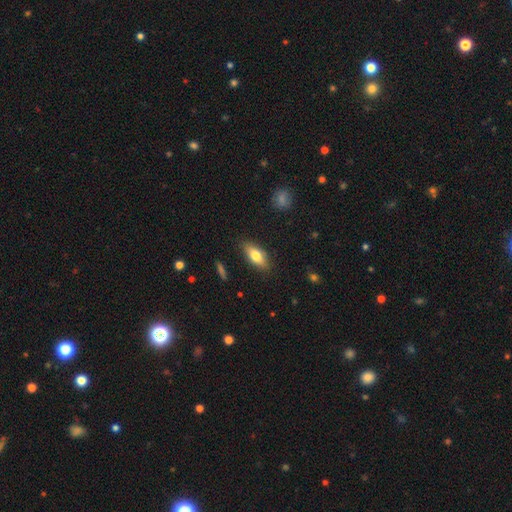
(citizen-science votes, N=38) smooth_or_featured: smooth (p=0.76) [alt: featured or disk p=0.24]
how_rounded: in between (p=0.66) [alt: cigar-shaped p=0.31]
merging: none (p=0.95) [alt: minor disturbance p=0.05]